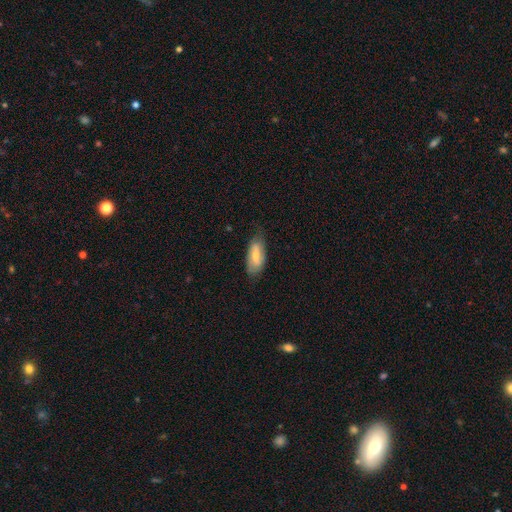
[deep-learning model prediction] Smooth or featured?
  - smooth: 59% *
  - featured or disk: 35%
  - star or artifact: 6%
How rounded?
  - in between: 87% *
  - cigar-shaped: 10%
  - round: 3%
Merging?
  - none: 67% *
  - minor disturbance: 26%
  - major disturbance: 6%
  - merger: 1%